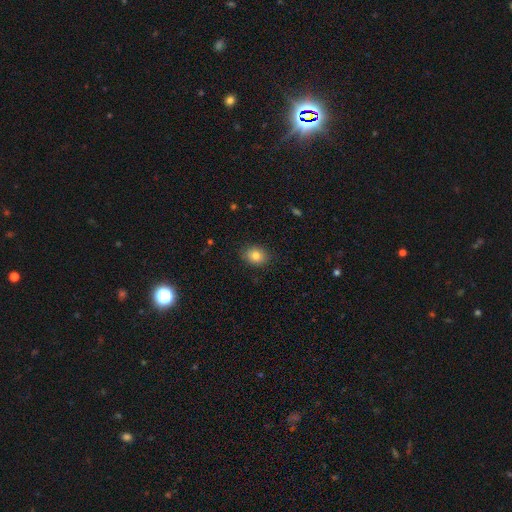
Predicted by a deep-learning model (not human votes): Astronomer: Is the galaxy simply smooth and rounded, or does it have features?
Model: smooth — 81%.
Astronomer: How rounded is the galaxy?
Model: in between — 53% (runner-up: round, 46%).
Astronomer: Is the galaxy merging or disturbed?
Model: none — 86%.